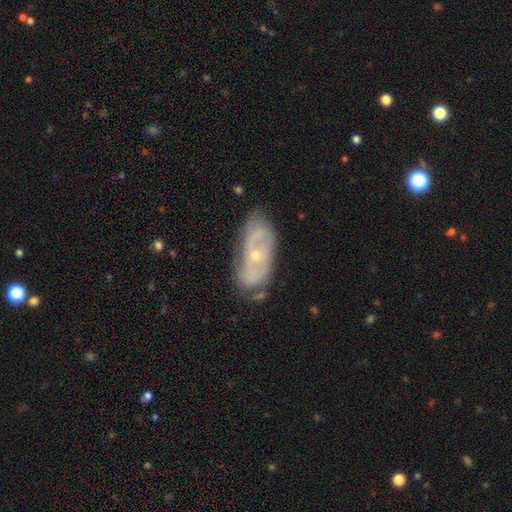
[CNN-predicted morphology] This is likely a featured or disk galaxy (74%). It is clearly not viewed edge-on (90%). Bar: likely no (69%). Spiral arm pattern: likely yes (78%). Spiral arm count: possibly 2 (57%). Spiral winding: marginally tight (43%). Central bulge: likely small (65%). Merging: likely none (67%).